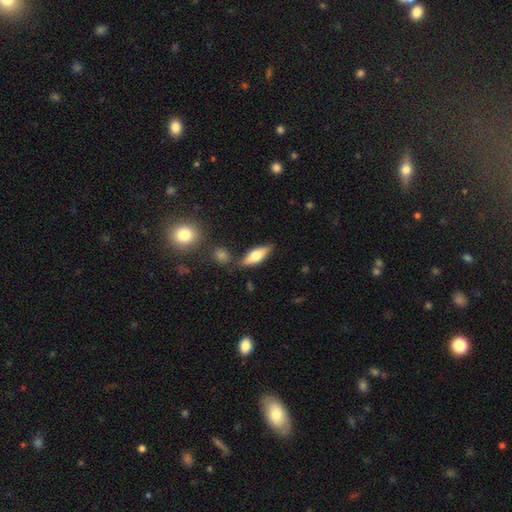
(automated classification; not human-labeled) A smooth galaxy with no disk features (56%) that is in between round and cigar-shaped (66%).

Vote fractions:
- Smooth or featured? smooth: 56% / featured or disk: 37% / star or artifact: 7%
- How rounded? in between: 66% / cigar-shaped: 32% / round: 3%
- Merging? none: 76% / minor disturbance: 14% / merger: 6% / major disturbance: 4%